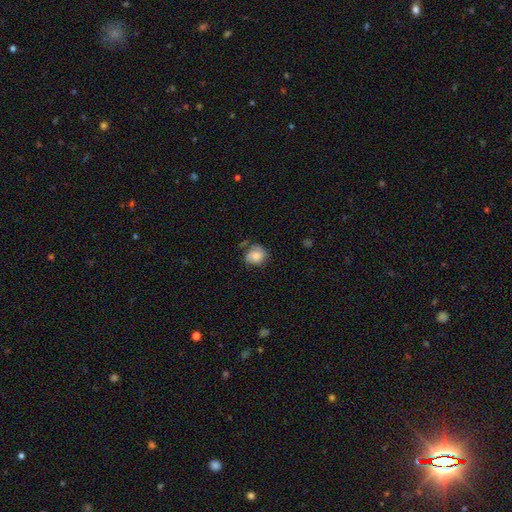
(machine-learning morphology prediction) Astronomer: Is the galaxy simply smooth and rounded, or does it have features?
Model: smooth — 67%.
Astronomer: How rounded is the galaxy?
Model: round — 75%.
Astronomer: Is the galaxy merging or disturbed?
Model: none — 55%.